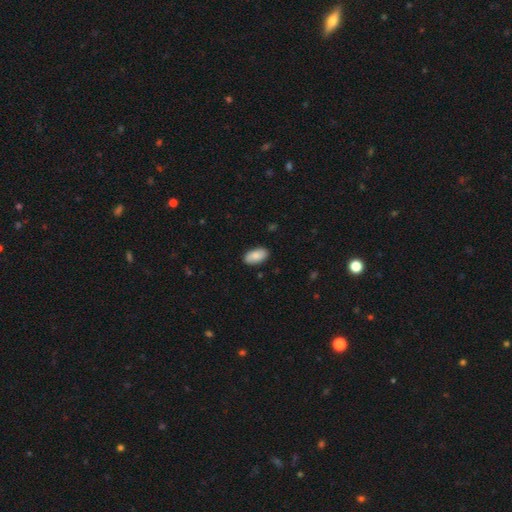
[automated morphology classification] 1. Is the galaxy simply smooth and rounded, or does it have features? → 86% smooth, 8% featured or disk, 6% star or artifact.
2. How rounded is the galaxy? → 95% in between, 3% cigar-shaped, 2% round.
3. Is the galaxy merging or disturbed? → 88% none, 9% minor disturbance, 2% major disturbance, 1% merger.